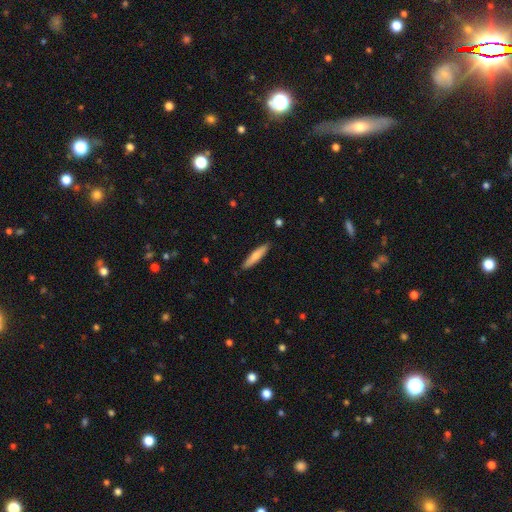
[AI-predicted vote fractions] Smooth or featured: smooth — 74% (featured or disk — 20%)
How rounded: cigar-shaped — 87% (in between — 12%)
Merging: none — 89% (minor disturbance — 9%)